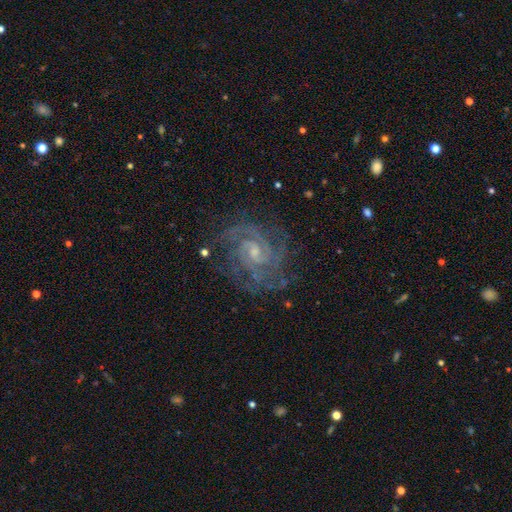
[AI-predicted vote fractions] Overall: featured or disk (88%). Edge-on disk: no (98%). Bar: no (45%; weak 44%). Spiral arms: yes (98%). Spiral arm count: 2 (33%; 3 23%). Spiral winding: tight (63%; medium 33%). Bulge size: small (66%; moderate 27%). Merging: none (78%).